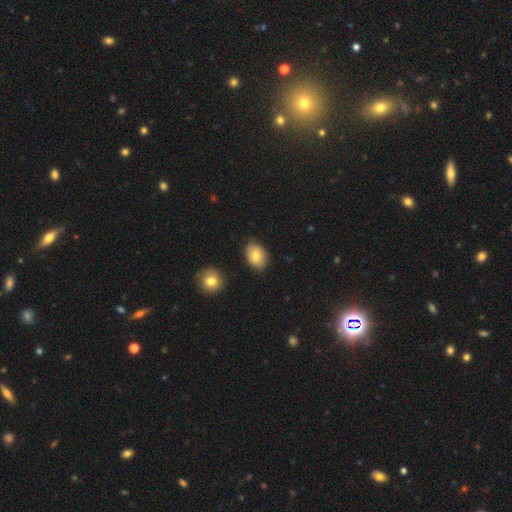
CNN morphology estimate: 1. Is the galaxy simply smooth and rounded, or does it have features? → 77% smooth, 16% featured or disk, 7% star or artifact.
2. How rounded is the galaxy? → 77% in between, 22% round, 1% cigar-shaped.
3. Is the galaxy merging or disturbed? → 80% none, 15% minor disturbance, 3% major disturbance, 3% merger.